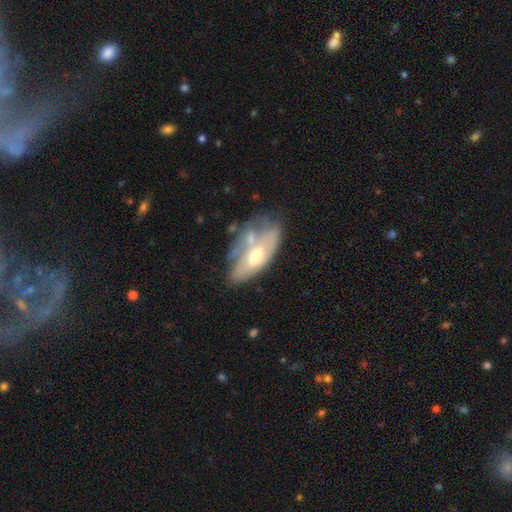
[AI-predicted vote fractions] Smooth or featured? featured or disk (54%)
Edge-on disk? no (83%)
Merging? none (37%)